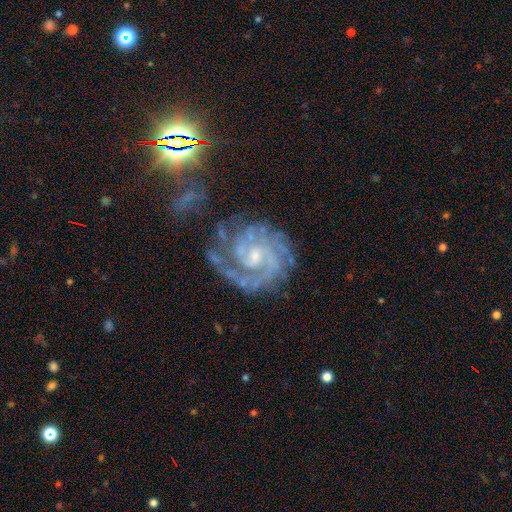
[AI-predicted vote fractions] This is clearly a featured or disk galaxy (90%). It is clearly not viewed edge-on (98%). Bar: possibly no (50%). Spiral arm pattern: clearly yes (98%). Spiral arm count: possibly 2 (47%). Spiral winding: likely tight (67%). Central bulge: possibly small (57%). Merging: likely none (62%).